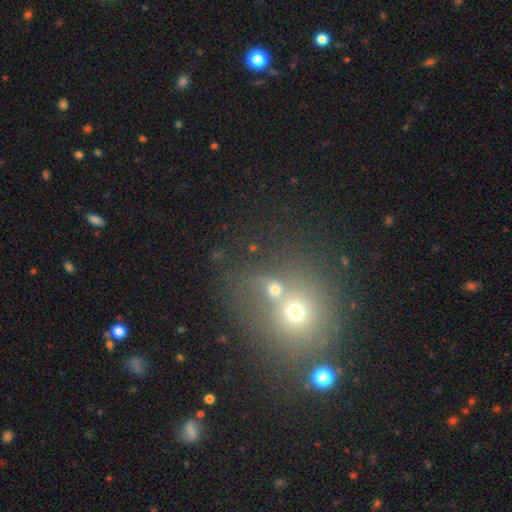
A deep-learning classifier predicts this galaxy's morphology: A smooth galaxy with no disk features (46%). Merging: none (48%).